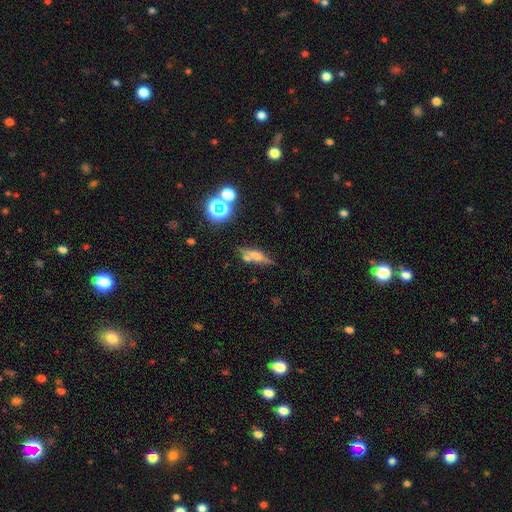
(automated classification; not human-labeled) Overall: smooth (43%; featured or disk 42%). Merging: none (65%).